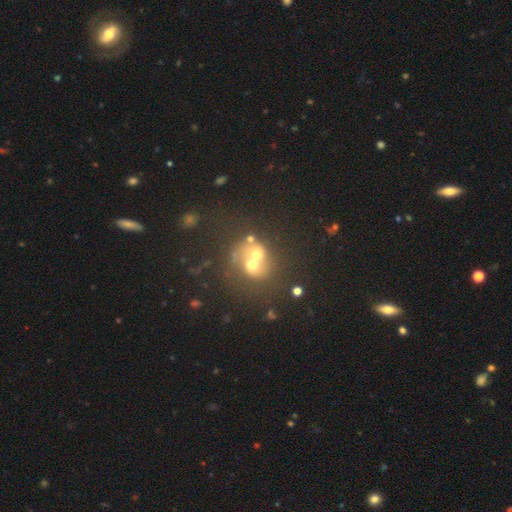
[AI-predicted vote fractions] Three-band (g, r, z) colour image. It shows a smooth galaxy with no disk features (46%). Merging: merger (59%).